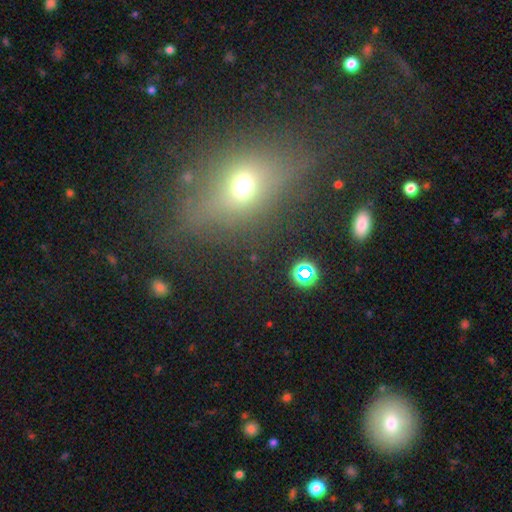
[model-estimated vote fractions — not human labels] Q: Smooth or featured?
A: smooth (44%); runner-up: star or artifact (28%)
Q: Merging?
A: none (73%); runner-up: minor disturbance (14%)